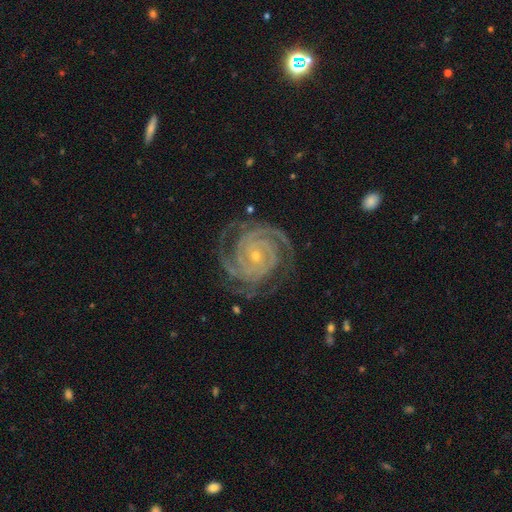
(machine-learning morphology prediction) This appears to be a featured or disk galaxy (92%) with no bar (70%), 2 (38%) tight (81%) spiral arms (99%) and a small central bulge (75%). Merging: none (77%).